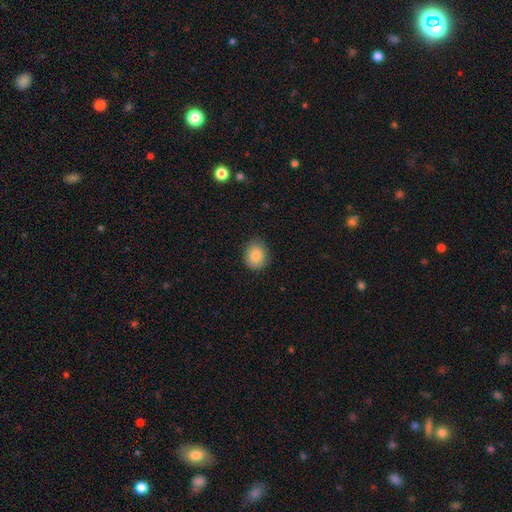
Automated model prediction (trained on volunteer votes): Smooth or featured? Predicted: smooth (p=0.86). How rounded? Predicted: round (p=0.65). Merging? Predicted: none (p=0.85).